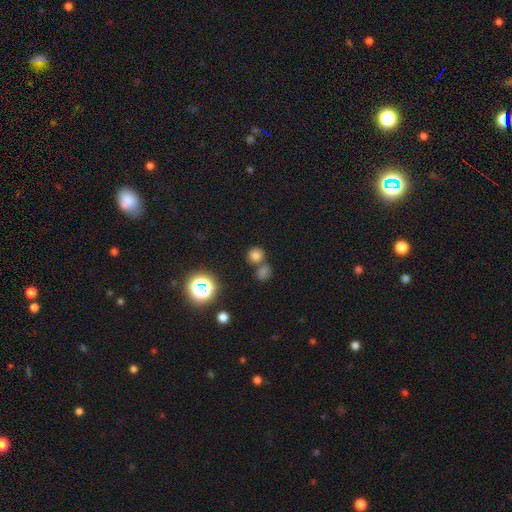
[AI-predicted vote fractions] This appears to be a smooth galaxy with no disk features (73%) that is round (86%). Merging: none (58%).